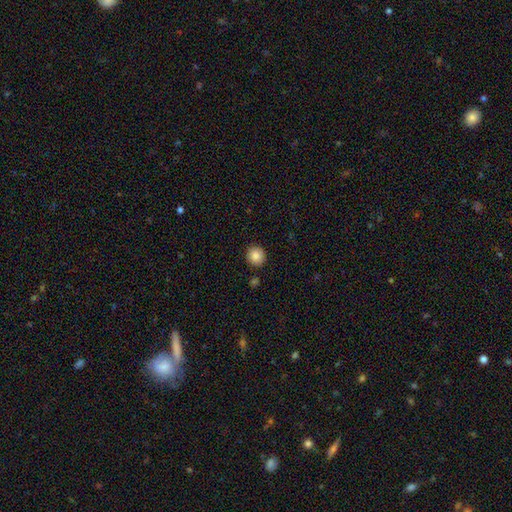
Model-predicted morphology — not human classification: Smooth or featured: smooth — 87% (star or artifact — 9%)
How rounded: round — 93% (in between — 6%)
Merging: none — 89% (minor disturbance — 6%)